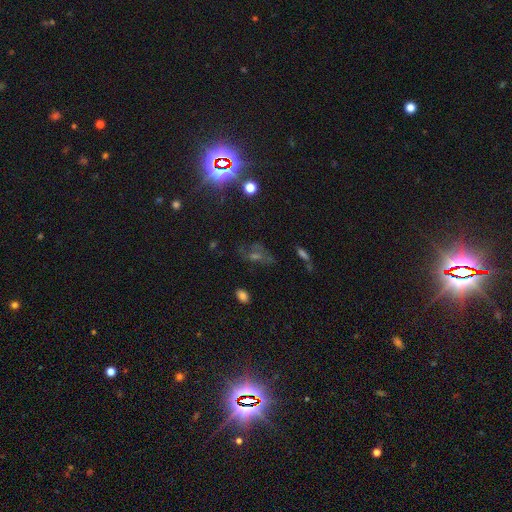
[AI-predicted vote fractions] The model was most divided on "smooth or featured": star or artifact: 51%, featured or disk: 28%, smooth: 21%.